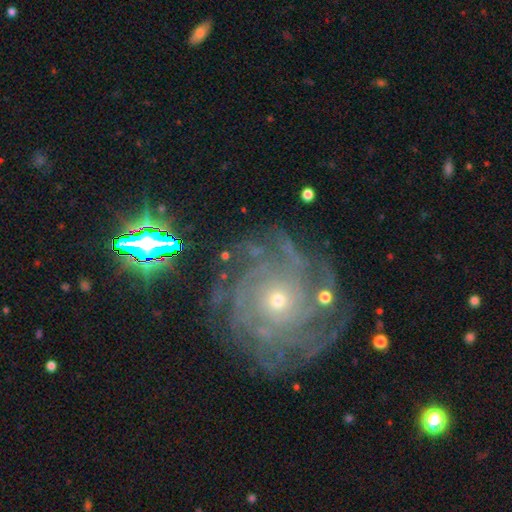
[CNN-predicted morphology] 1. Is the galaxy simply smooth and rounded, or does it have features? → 83% featured or disk, 10% star or artifact, 7% smooth.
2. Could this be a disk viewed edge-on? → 97% no, 3% yes.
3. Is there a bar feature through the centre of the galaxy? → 85% no, 12% weak, 4% strong.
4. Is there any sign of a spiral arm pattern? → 95% yes, 5% no.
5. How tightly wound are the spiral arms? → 75% tight, 20% medium, 5% loose.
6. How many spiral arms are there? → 30% can't tell, 24% more than 4, 19% 4, 12% 3, 9% 2, 7% 1.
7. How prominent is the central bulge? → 68% small, 29% moderate, 2% large, 1% none, 1% dominant.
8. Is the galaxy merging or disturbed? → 73% none, 15% minor disturbance, 10% major disturbance, 3% merger.